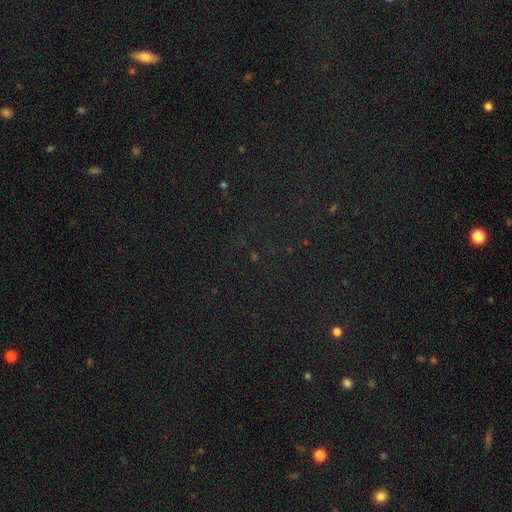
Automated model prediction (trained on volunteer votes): This appears to be a star or artifact, not a galaxy (80%).